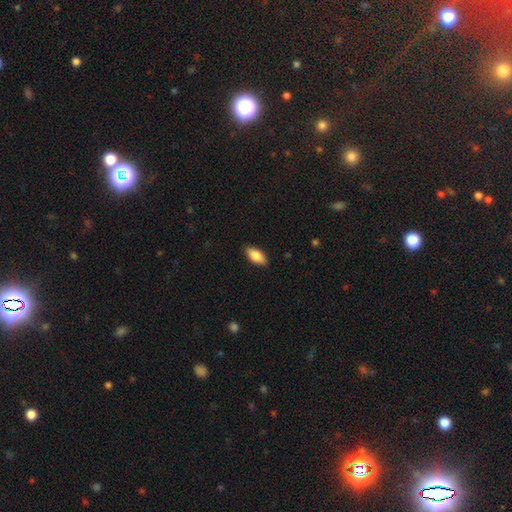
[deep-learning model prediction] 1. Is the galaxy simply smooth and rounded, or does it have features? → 83% smooth, 11% featured or disk, 6% star or artifact.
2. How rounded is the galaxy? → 90% in between, 7% cigar-shaped, 3% round.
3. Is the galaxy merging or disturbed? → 88% none, 9% minor disturbance, 2% major disturbance, 1% merger.